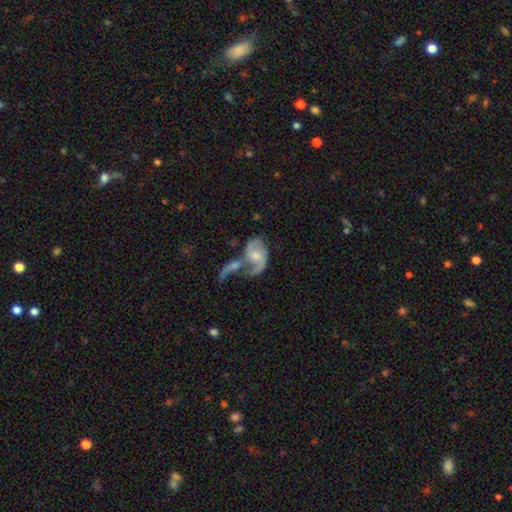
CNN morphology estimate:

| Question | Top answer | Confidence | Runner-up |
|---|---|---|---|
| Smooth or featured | featured or disk | 74% | smooth (20%) |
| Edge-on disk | no | 96% | yes (4%) |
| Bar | no | 55% | weak (37%) |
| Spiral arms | yes | 85% | no (15%) |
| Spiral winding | loose | 62% | medium (30%) |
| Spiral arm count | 2 | 69% | 1 (20%) |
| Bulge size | moderate | 51% | small (35%) |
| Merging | merger | 59% | major disturbance (17%) |